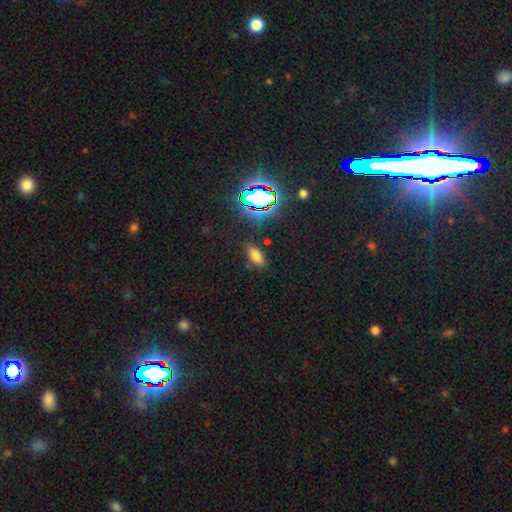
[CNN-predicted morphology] The model was most divided on "smooth or featured": smooth: 67%, star or artifact: 25%, featured or disk: 8%. More confident: how rounded — in between (86%); merging — none (81%).